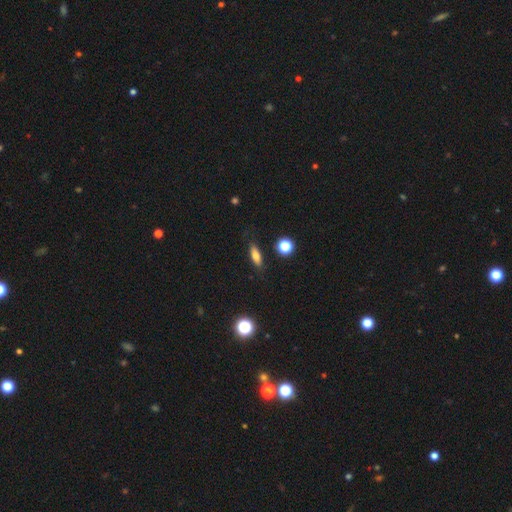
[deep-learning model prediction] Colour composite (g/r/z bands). It shows a smooth galaxy with no disk features (71%) that is in between round and cigar-shaped (55%). Merging: none (83%).